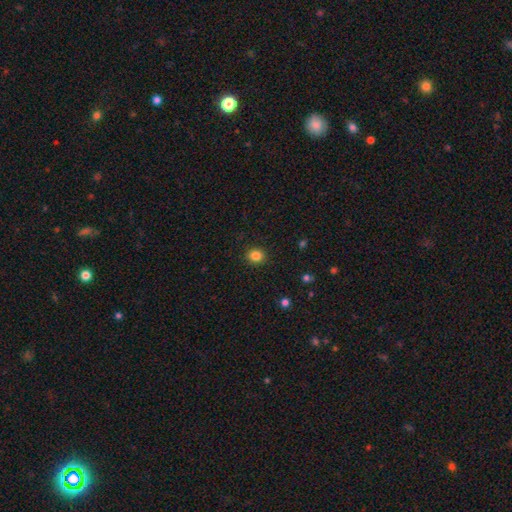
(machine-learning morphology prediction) smooth_or_featured: smooth (p=0.84) [alt: star or artifact p=0.12]
how_rounded: round (p=0.80) [alt: in between p=0.19]
merging: none (p=0.91) [alt: minor disturbance p=0.06]